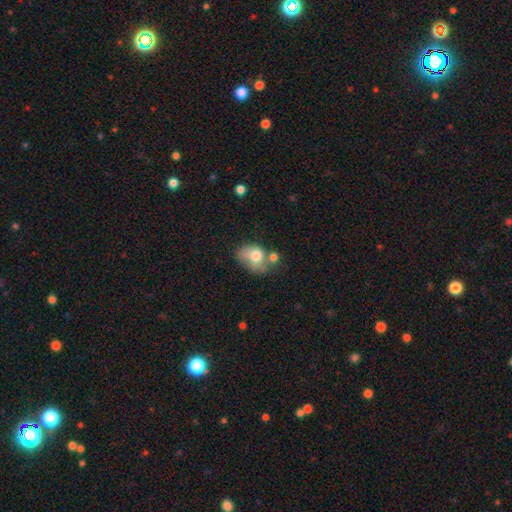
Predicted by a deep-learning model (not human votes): Morphology: type=smooth (70%); roundness=in between (65%); merging=merger (29%).